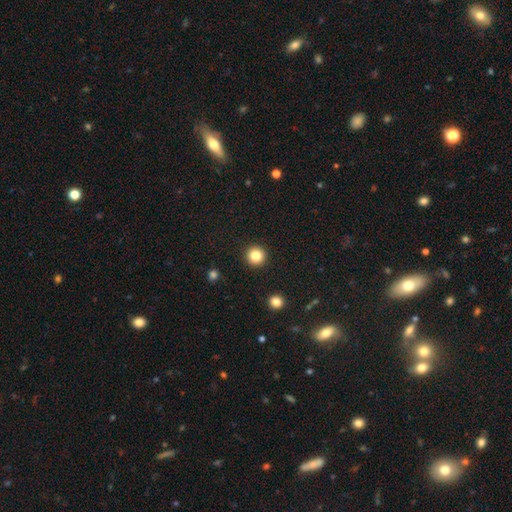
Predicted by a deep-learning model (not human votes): This is clearly a smooth galaxy (84%). How rounded: clearly round (96%). Merging: clearly none (93%).